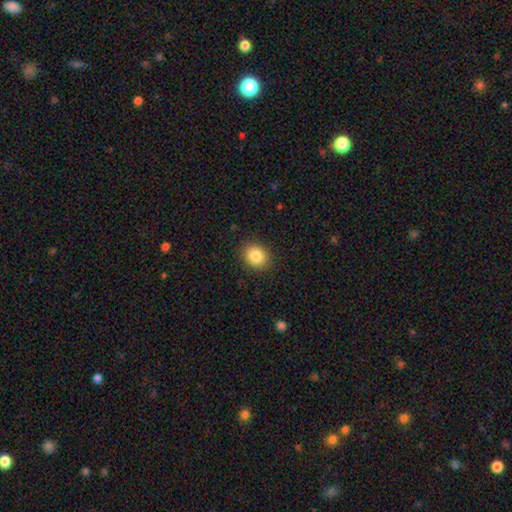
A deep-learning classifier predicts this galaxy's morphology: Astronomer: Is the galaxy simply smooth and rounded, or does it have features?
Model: smooth — 85%.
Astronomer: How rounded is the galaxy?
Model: round — 64%.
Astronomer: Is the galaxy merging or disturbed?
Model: none — 89%.